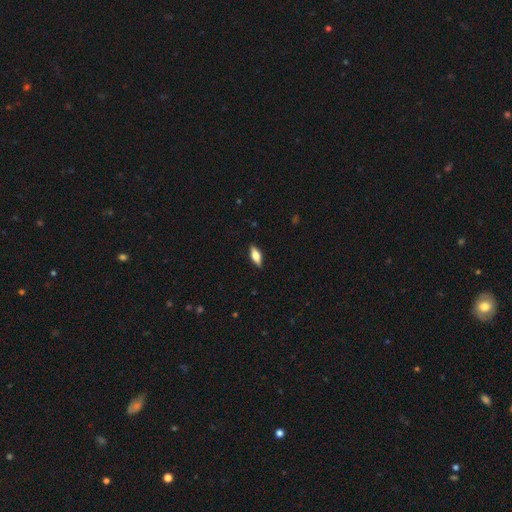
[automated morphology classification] The model was most divided on "smooth or featured": smooth: 64%, featured or disk: 30%, star or artifact: 7%. More confident: merging — none (87%); how rounded — in between (74%).